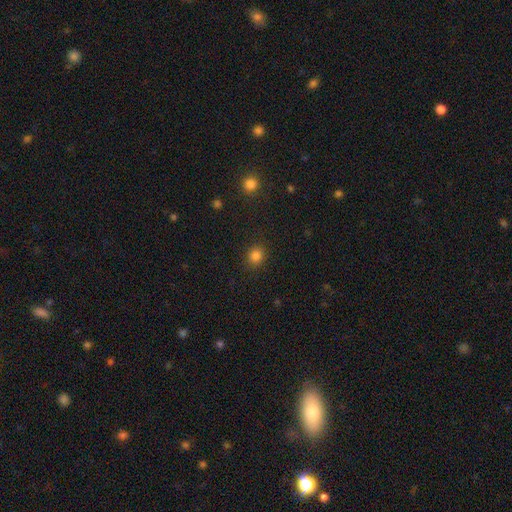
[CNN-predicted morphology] This appears to be a smooth galaxy with no disk features (82%) that is round (77%). Merging: none (88%).